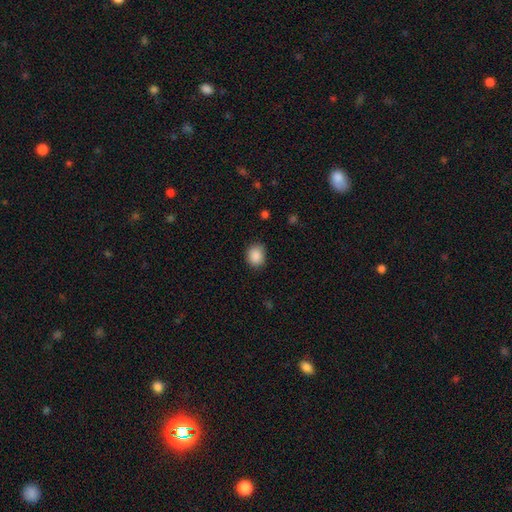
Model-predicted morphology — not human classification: A smooth galaxy with no disk features (88%) that is round (56%). Merging: none (81%).